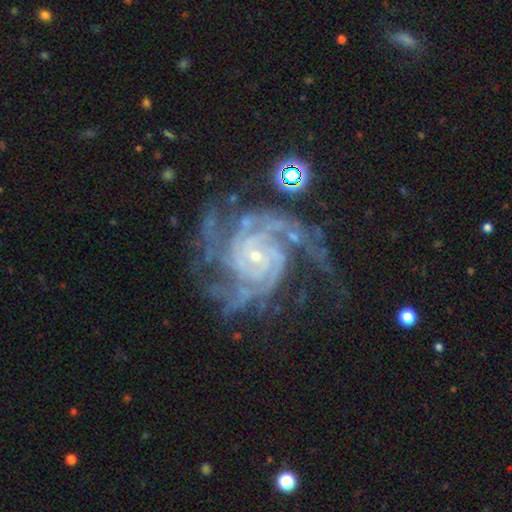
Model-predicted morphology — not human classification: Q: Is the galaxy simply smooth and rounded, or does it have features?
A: featured or disk — 92%.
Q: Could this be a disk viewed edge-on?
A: no — 98%.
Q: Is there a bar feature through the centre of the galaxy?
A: no — 68%.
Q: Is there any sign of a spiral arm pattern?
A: yes — 99%.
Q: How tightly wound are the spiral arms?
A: tight — 67%.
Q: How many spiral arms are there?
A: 3 — 25%, tied with 4.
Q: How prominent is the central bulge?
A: small — 80%.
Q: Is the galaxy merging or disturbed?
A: none — 58%.